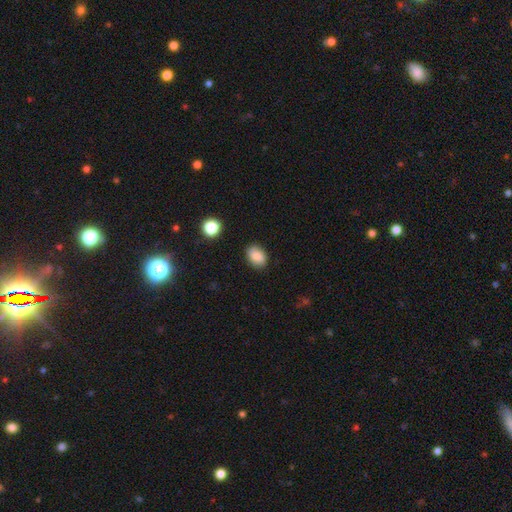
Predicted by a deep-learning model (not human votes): Smooth or featured? smooth (86%)
How rounded? in between (75%)
Merging? none (85%)